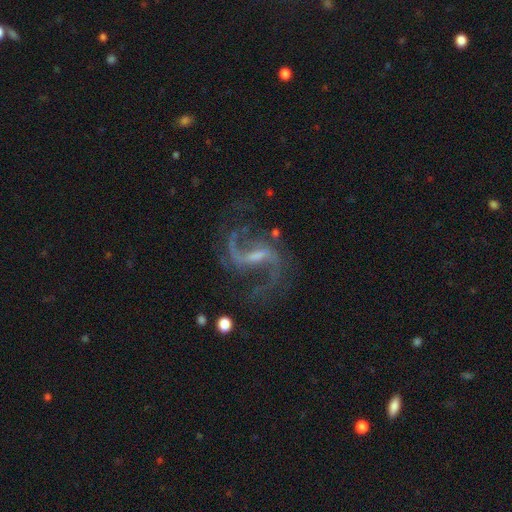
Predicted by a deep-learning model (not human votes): Smooth or featured? Predicted: featured or disk (p=0.91). Edge-on disk? Predicted: no (p=0.97). Bar? Predicted: weak (p=0.50). Spiral arms? Predicted: yes (p=0.97). Spiral winding? Predicted: loose (p=0.68). Spiral arm count? Predicted: 2 (p=0.91). Bulge size? Predicted: small (p=0.49). Merging? Predicted: none (p=0.67).